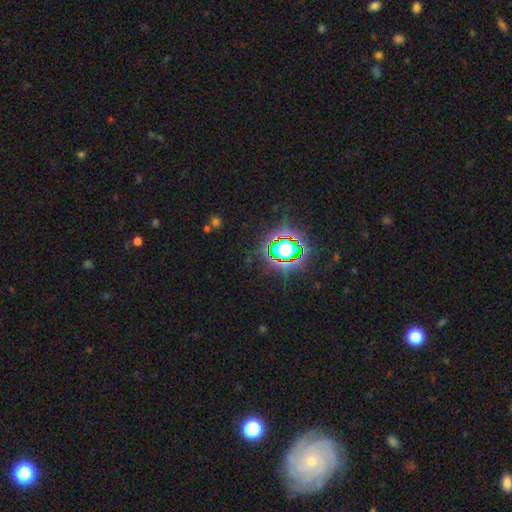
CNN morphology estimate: This appears to be a star or artifact, not a galaxy (80%).